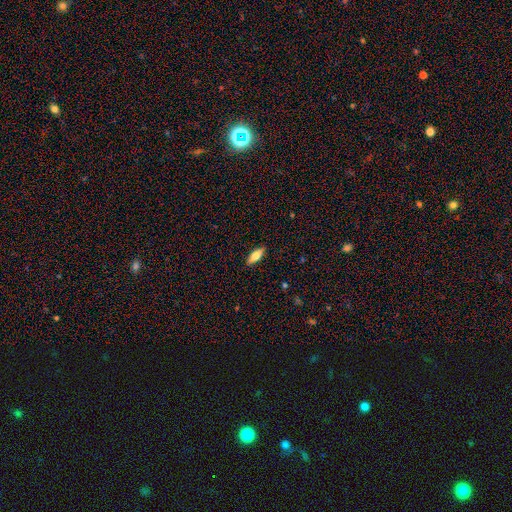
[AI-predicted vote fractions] Overall: smooth (69%). How rounded: in between (63%; cigar-shaped 35%). Merging: none (89%).